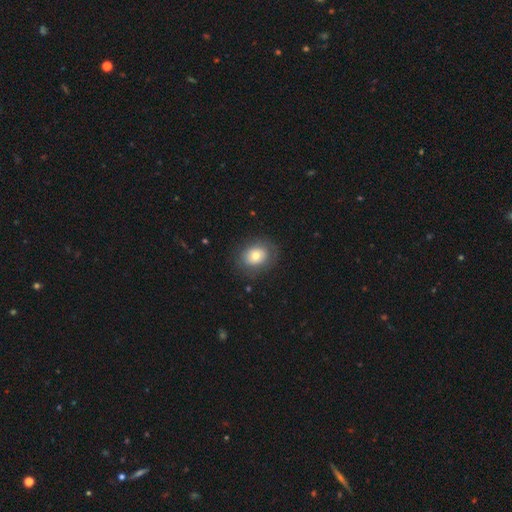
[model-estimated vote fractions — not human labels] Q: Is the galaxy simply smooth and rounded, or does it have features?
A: smooth — 71%.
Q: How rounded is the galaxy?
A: in between — 52%.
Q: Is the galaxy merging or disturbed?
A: none — 80%.